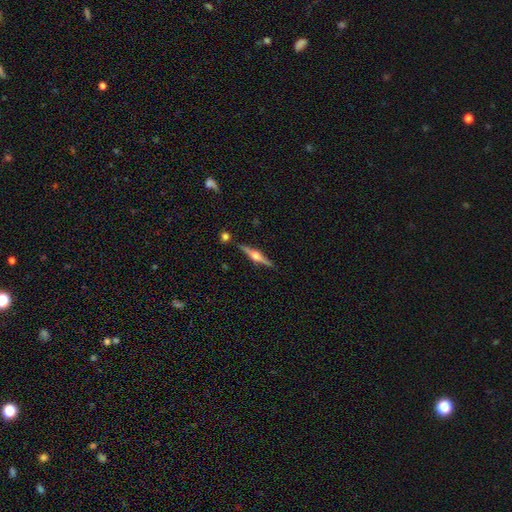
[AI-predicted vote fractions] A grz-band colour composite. It shows a featured or disk galaxy (81%) viewed edge-on (98%) with a rounded central bulge (94%). Merging: none (88%).